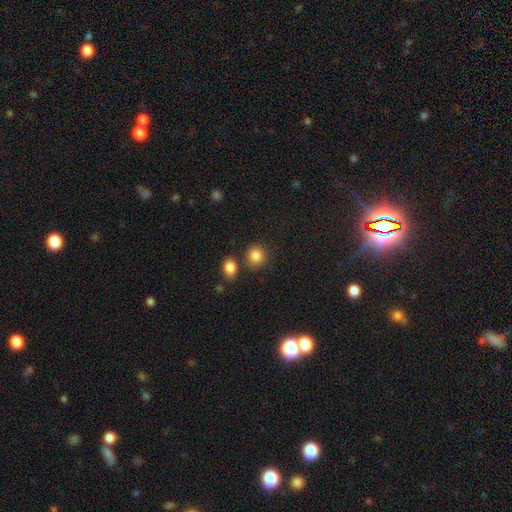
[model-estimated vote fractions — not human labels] Morphology: type=smooth (86%); roundness=round (80%); merging=none (76%).